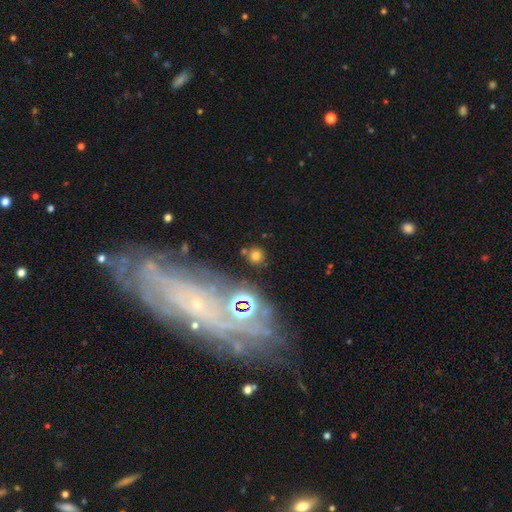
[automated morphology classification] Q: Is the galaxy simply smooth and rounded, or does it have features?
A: smooth — 62%.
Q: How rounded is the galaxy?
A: round — 88%.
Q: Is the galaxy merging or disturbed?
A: none — 79%.